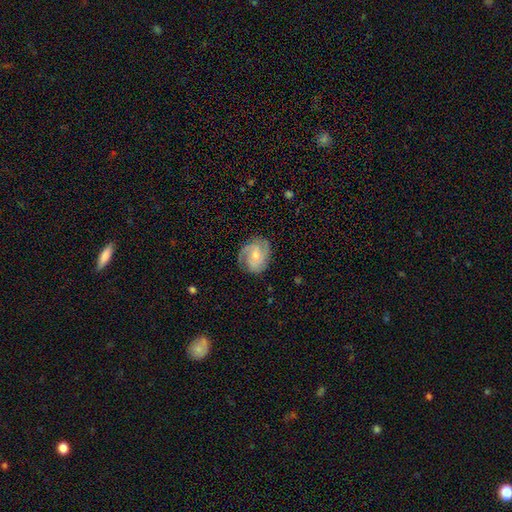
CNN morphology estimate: This appears to be a featured or disk galaxy (72%) with no bar (52%), 2 (45%) medium (45%) spiral arms (94%) and a small central bulge (49%). Merging: none (74%).